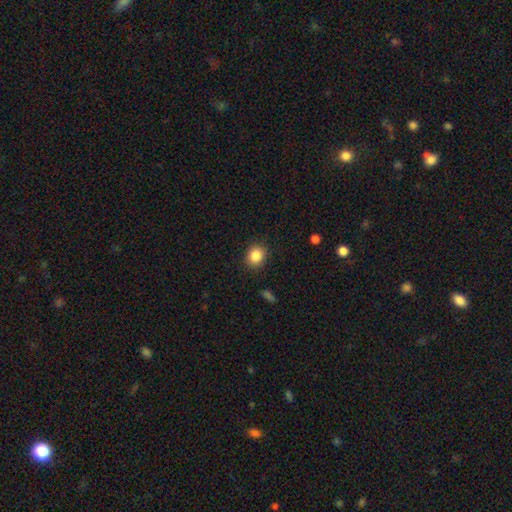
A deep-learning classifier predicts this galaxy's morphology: A smooth galaxy with no disk features (86%) that is round (68%).

Vote fractions:
- Smooth or featured? smooth: 86% / star or artifact: 9% / featured or disk: 5%
- How rounded? round: 68% / in between: 31% / cigar-shaped: 1%
- Merging? none: 89% / minor disturbance: 8% / major disturbance: 2% / merger: 1%